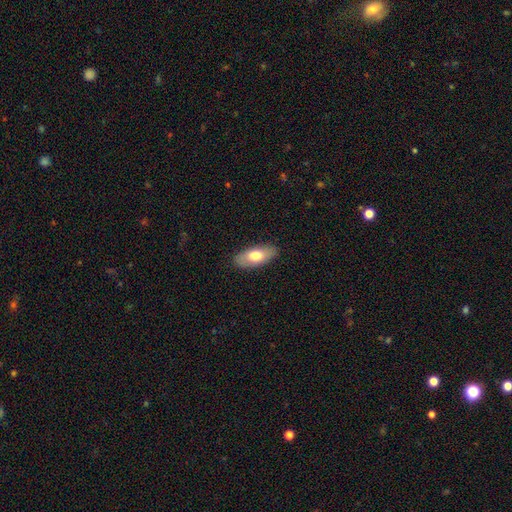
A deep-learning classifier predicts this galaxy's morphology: smooth_or_featured: smooth (p=0.72) [alt: featured or disk p=0.23]
how_rounded: in between (p=0.86) [alt: cigar-shaped p=0.11]
merging: none (p=0.86) [alt: minor disturbance p=0.11]